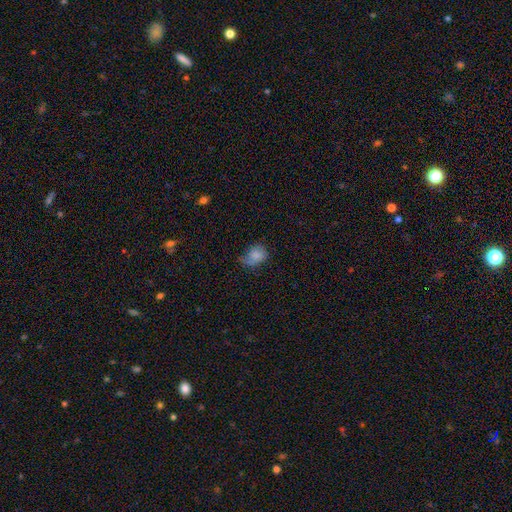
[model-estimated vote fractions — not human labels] Q: Smooth or featured?
A: smooth (71%); runner-up: featured or disk (19%)
Q: How rounded?
A: in between (62%); runner-up: round (36%)
Q: Merging?
A: minor disturbance (37%); runner-up: none (36%)